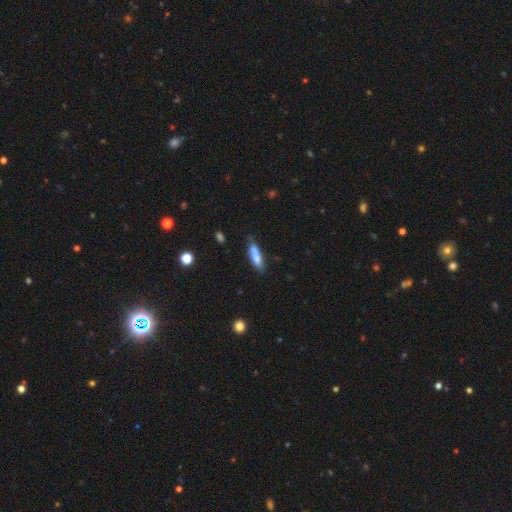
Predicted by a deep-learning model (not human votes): smooth 78%, featured or disk 15%, star or artifact 7%. Down the decision tree: how rounded — cigar-shaped (69%); merging — none (68%).